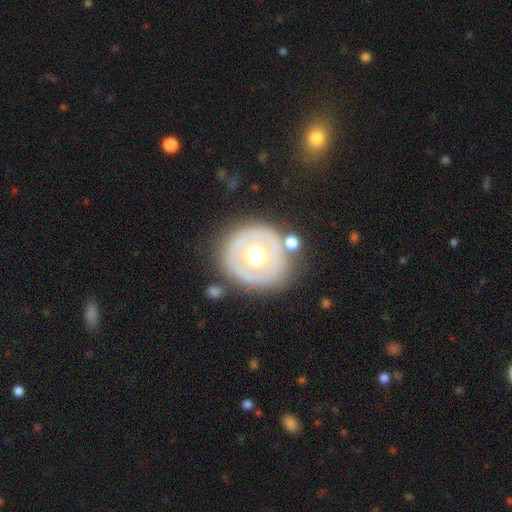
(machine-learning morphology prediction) A featured or disk galaxy (52%). Merging: none (76%).